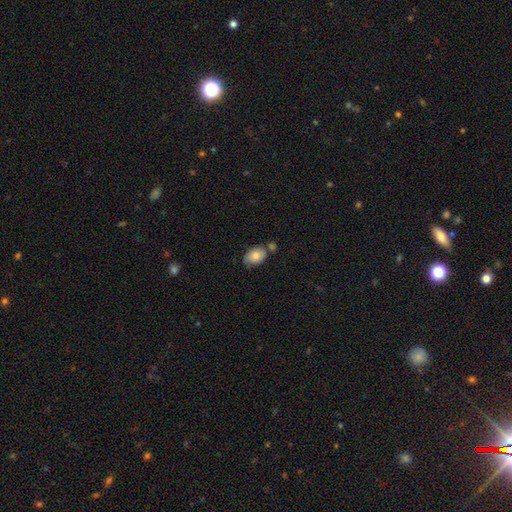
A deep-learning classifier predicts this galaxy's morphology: smooth-or-featured: smooth: 80% | featured or disk: 13% | star or artifact: 7%
  how-rounded: in between: 81% | round: 17% | cigar-shaped: 1%
  merging: none: 53% | minor disturbance: 23% | merger: 19% | major disturbance: 6%